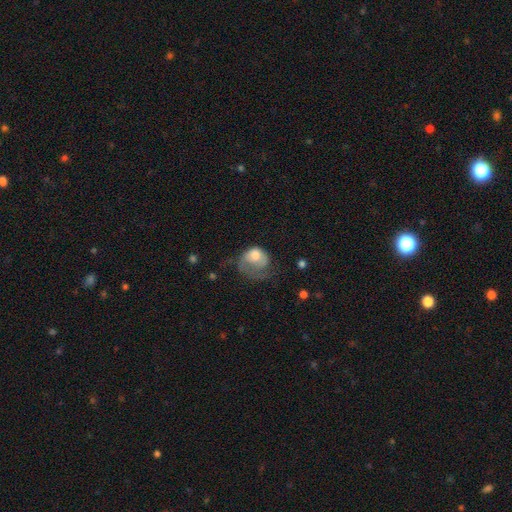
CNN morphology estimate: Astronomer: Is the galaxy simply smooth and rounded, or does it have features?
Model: smooth — 59% (runner-up: featured or disk, 34%).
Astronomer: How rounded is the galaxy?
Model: round — 54% (runner-up: in between, 45%).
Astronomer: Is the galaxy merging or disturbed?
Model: major disturbance — 57%.